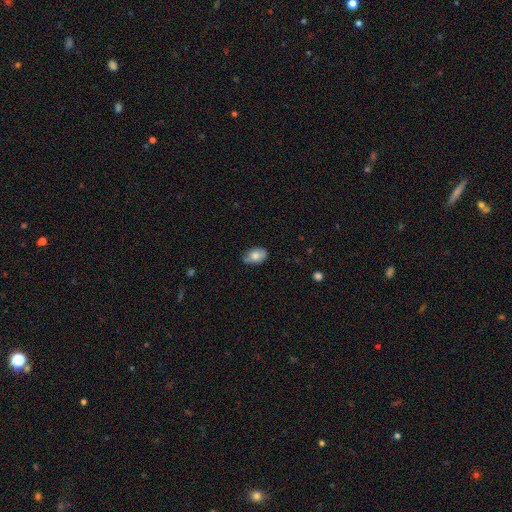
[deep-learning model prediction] Q: Smooth or featured?
A: smooth (77%); runner-up: featured or disk (15%)
Q: How rounded?
A: in between (85%); runner-up: round (14%)
Q: Merging?
A: none (61%); runner-up: minor disturbance (31%)